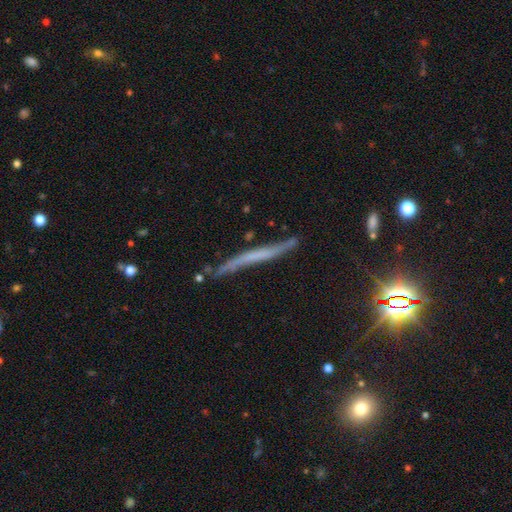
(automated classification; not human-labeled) Overall: featured or disk (54%; smooth 33%). Edge-on disk: yes (89%). Merging: none (70%).